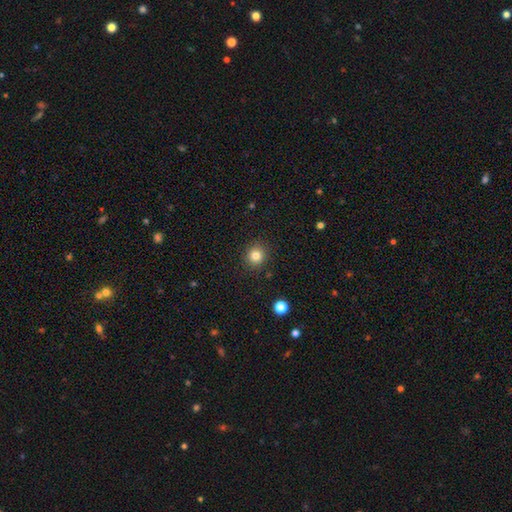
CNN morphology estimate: Smooth or featured? Predicted: smooth (p=0.82). How rounded? Predicted: round (p=0.89). Merging? Predicted: none (p=0.89).